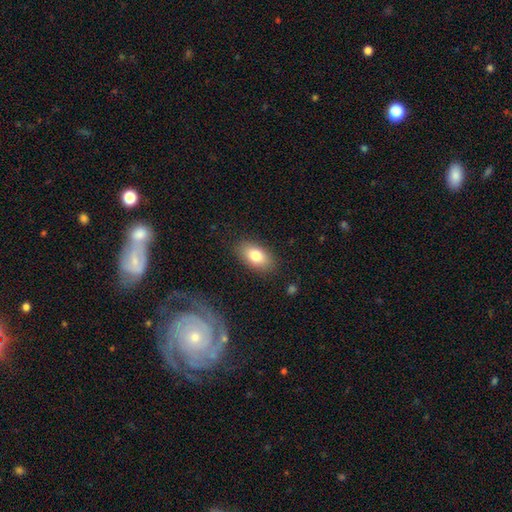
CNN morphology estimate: This appears to be a smooth galaxy with no disk features (81%) that is in between round and cigar-shaped (91%). Merging: none (85%).